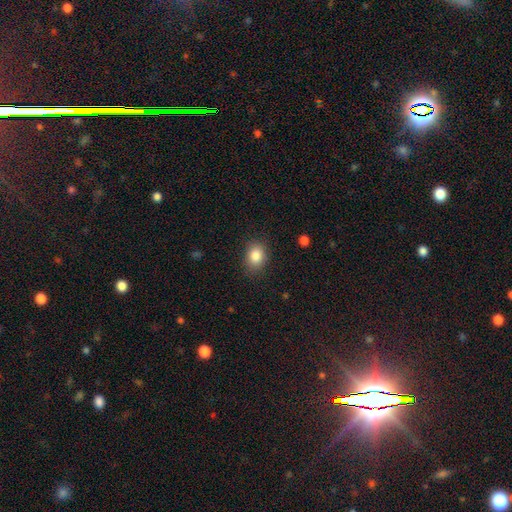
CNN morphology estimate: A smooth galaxy with no disk features (85%) that is in between round and cigar-shaped (59%). Merging: none (84%).